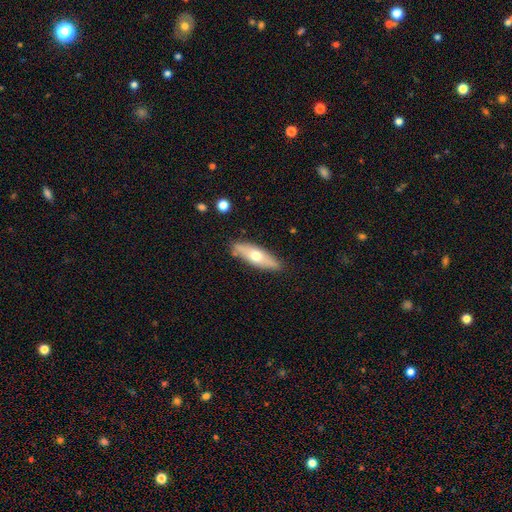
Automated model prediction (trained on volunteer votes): smooth-or-featured: smooth: 53% | featured or disk: 41% | star or artifact: 6%
  how-rounded: cigar-shaped: 51% | in between: 47% | round: 2%
  merging: none: 84% | minor disturbance: 11% | major disturbance: 2% | merger: 2%